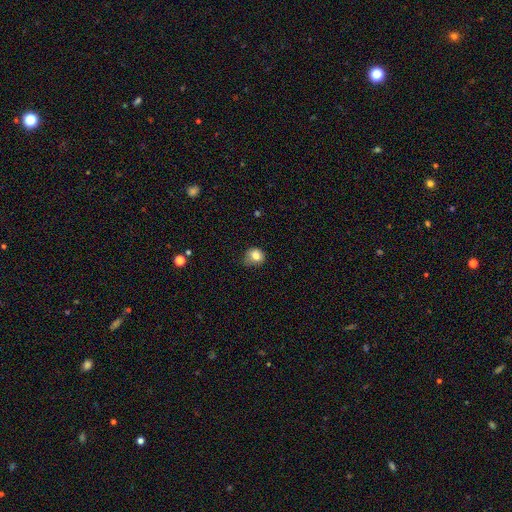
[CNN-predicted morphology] A smooth galaxy with no disk features (80%) that is round (72%). Merging: none (54%).